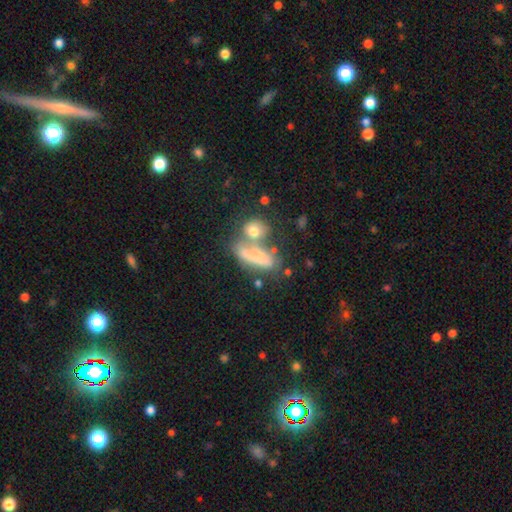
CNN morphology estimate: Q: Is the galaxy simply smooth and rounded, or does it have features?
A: smooth — 66%.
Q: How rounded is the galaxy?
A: in between — 50%.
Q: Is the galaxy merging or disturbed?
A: merger — 35%, tied with none.